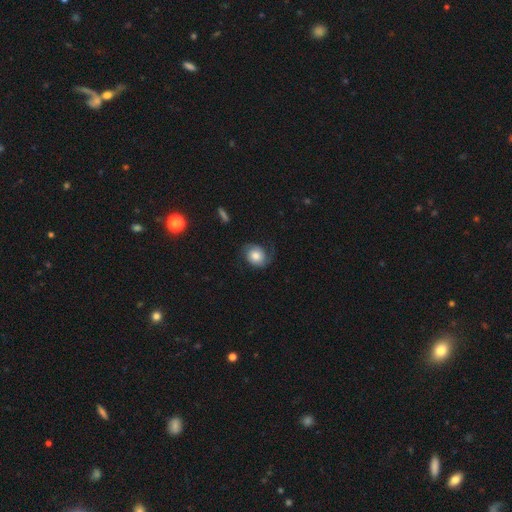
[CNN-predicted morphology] A smooth galaxy with no disk features (48%).

Vote fractions:
- Smooth or featured? smooth: 48% / featured or disk: 44% / star or artifact: 8%
- Merging? none: 62% / minor disturbance: 22% / major disturbance: 15% / merger: 1%